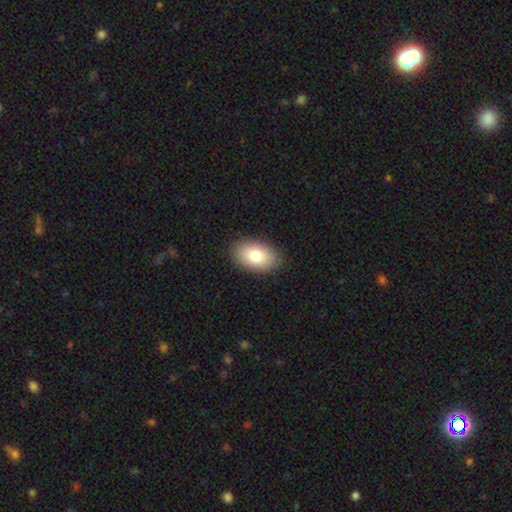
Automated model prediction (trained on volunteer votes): Smooth or featured? smooth (80%)
How rounded? in between (91%)
Merging? none (89%)